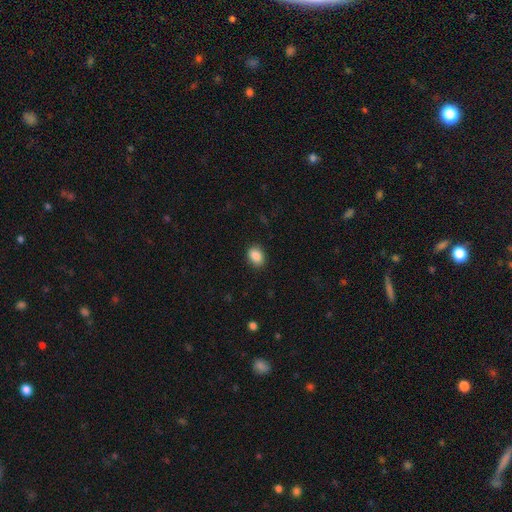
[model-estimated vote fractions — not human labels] Q: Smooth or featured?
A: smooth (89%); runner-up: star or artifact (8%)
Q: How rounded?
A: in between (71%); runner-up: round (28%)
Q: Merging?
A: none (88%); runner-up: minor disturbance (9%)